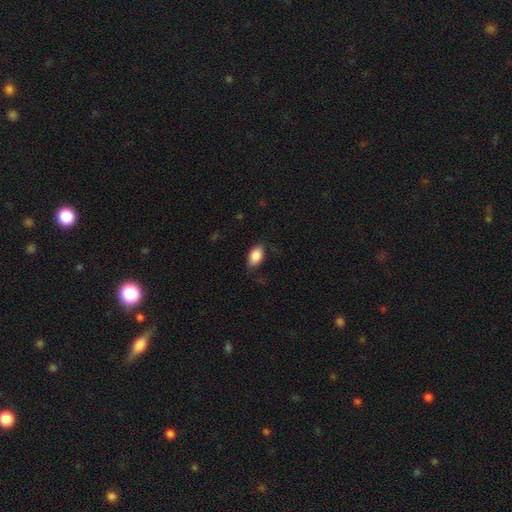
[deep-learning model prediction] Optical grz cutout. It shows a smooth galaxy with no disk features (86%) that is in between round and cigar-shaped (91%). Merging: none (77%).